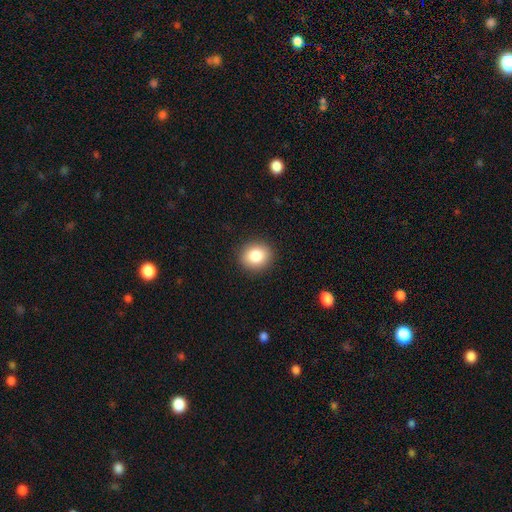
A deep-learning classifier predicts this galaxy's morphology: type=smooth (84%); roundness=round (72%); merging=none (91%).